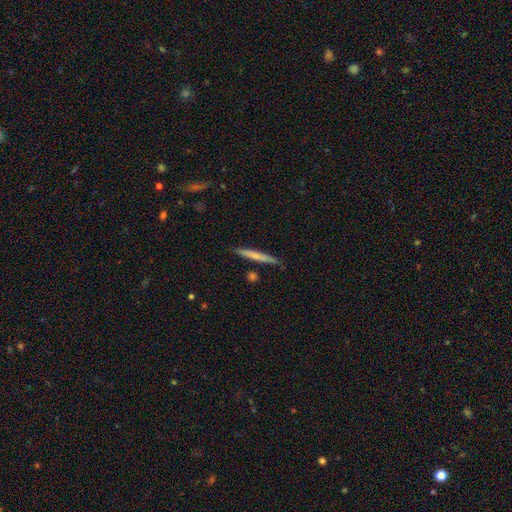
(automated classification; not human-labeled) Smooth or featured?
  - smooth: 58% *
  - featured or disk: 36%
  - star or artifact: 6%
How rounded?
  - cigar-shaped: 95% *
  - in between: 3%
  - round: 2%
Merging?
  - none: 85% *
  - minor disturbance: 10%
  - merger: 3%
  - major disturbance: 2%